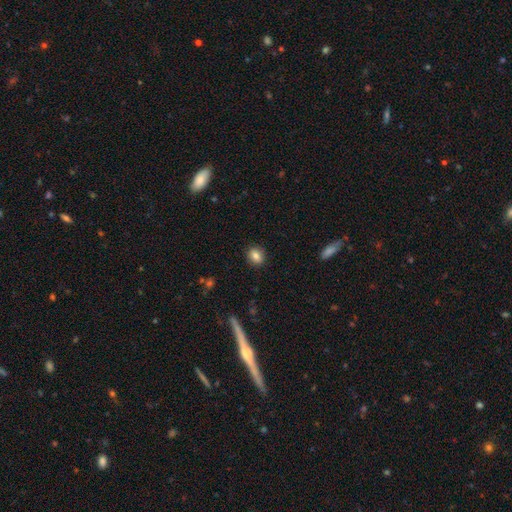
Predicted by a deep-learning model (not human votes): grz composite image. It shows a smooth galaxy with no disk features (83%) that is round (73%). Merging: none (90%).